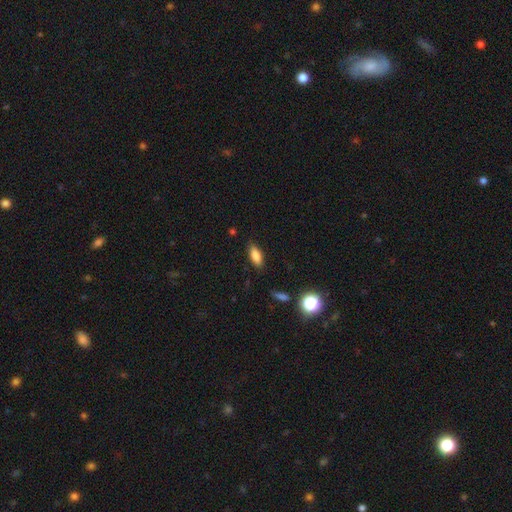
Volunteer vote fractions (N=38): Smooth or featured? 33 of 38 (87%) said smooth. How rounded? 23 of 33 (70%) said in between. Merging? 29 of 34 (85%) said none.